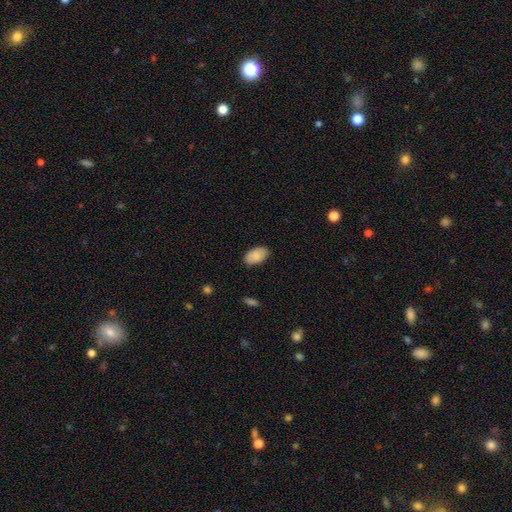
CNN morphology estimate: smooth_or_featured: smooth (p=0.85) [alt: featured or disk p=0.08]
how_rounded: in between (p=0.94) [alt: round p=0.04]
merging: none (p=0.85) [alt: minor disturbance p=0.12]